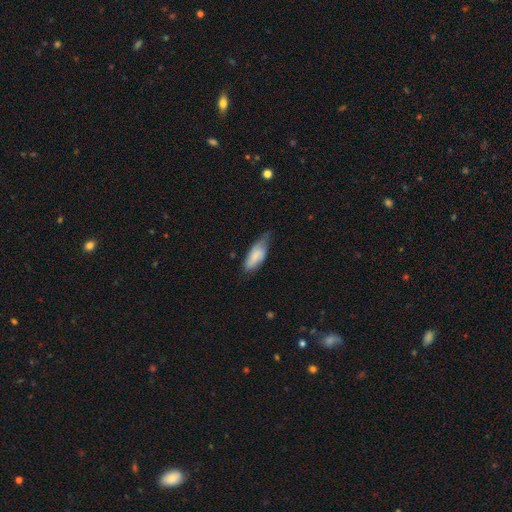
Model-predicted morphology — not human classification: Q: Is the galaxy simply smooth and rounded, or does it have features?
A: smooth — 68%.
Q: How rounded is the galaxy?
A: in between — 78%.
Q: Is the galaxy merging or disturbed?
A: minor disturbance — 44%.